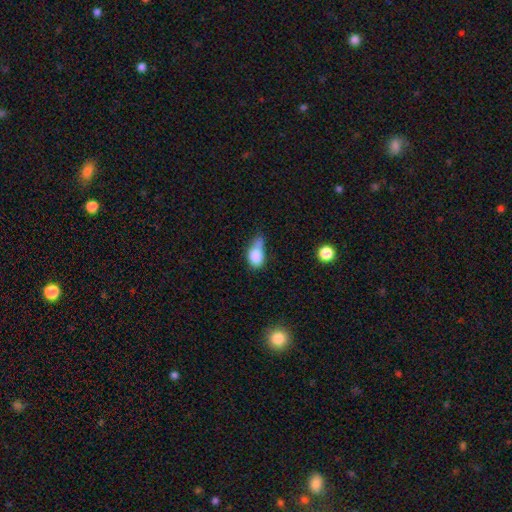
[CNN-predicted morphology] Smooth or featured? smooth (79%)
How rounded? in between (77%)
Merging? minor disturbance (39%)